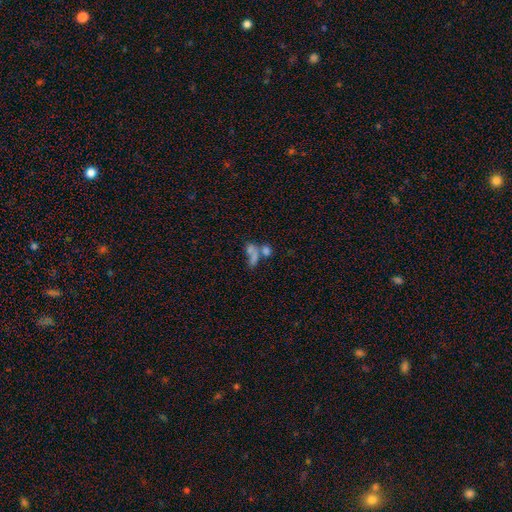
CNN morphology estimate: smooth-or-featured: smooth: 48% | featured or disk: 27% | star or artifact: 25%
  merging: merger: 48% | none: 33% | major disturbance: 10% | minor disturbance: 9%